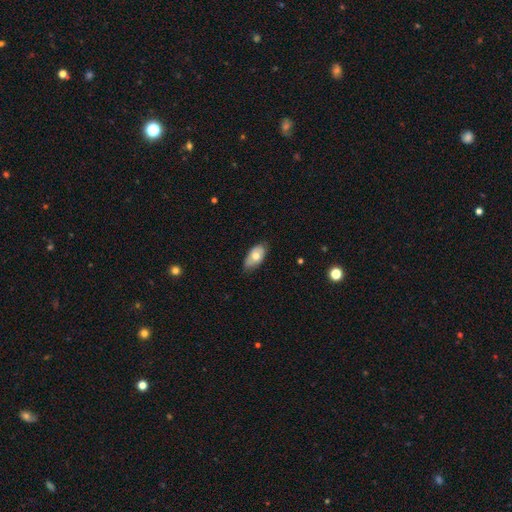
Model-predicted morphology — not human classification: A smooth galaxy with no disk features (66%) that is in between round and cigar-shaped (93%). Merging: none (76%).